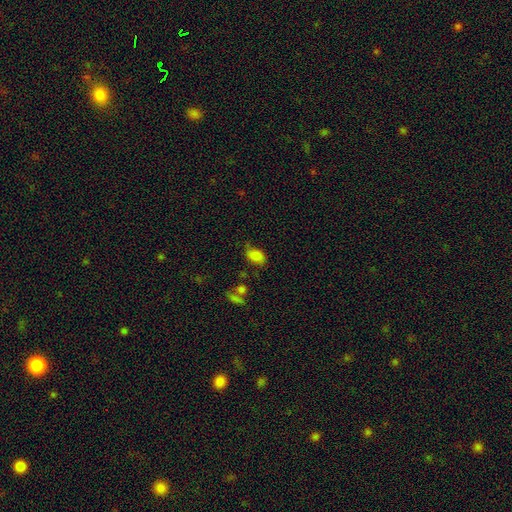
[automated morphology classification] This is clearly a smooth galaxy (80%). How rounded: clearly in between (86%). Merging: possibly none (57%).